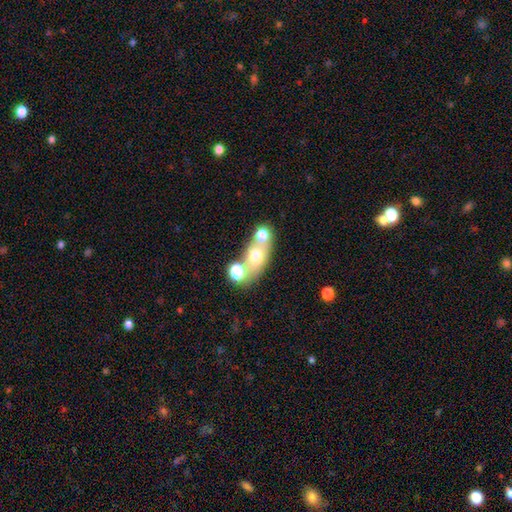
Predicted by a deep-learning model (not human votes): smooth 59%, featured or disk 28%, star or artifact 13%. Down the decision tree: how rounded — in between (63%); merging — none (50%).